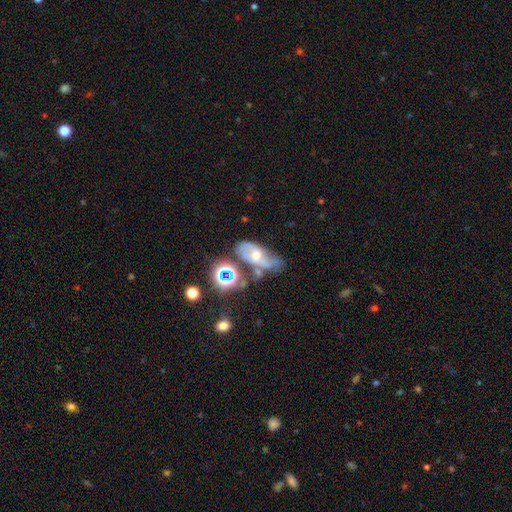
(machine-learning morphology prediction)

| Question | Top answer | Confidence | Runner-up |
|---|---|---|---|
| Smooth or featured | featured or disk | 51% | star or artifact (24%) |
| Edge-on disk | no | 88% | yes (12%) |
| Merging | none | 39% | minor disturbance (23%) |